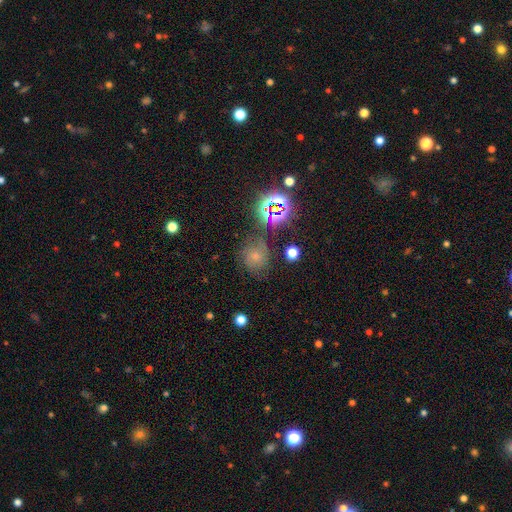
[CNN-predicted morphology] smooth 42%, star or artifact 31%, featured or disk 27%. Down the decision tree: merging — none (62%).